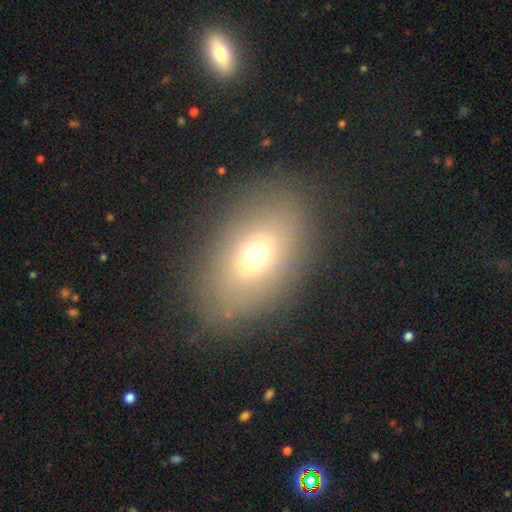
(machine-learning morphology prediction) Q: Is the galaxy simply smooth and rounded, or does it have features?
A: smooth — 64%.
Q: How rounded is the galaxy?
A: in between — 78%.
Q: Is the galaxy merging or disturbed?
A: none — 79%.